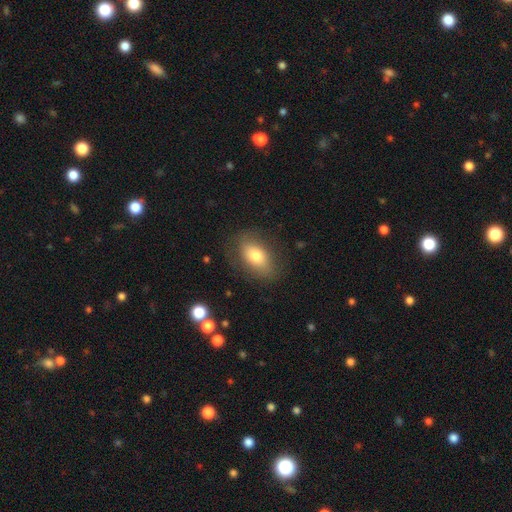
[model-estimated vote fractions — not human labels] Q: Smooth or featured?
A: smooth (72%); runner-up: featured or disk (20%)
Q: How rounded?
A: in between (86%); runner-up: round (12%)
Q: Merging?
A: none (77%); runner-up: minor disturbance (15%)